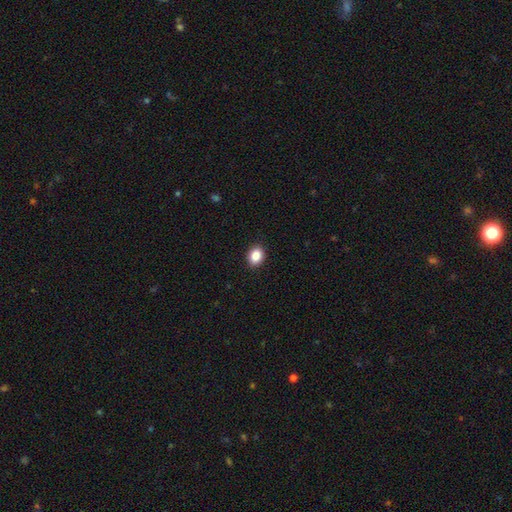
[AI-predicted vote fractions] Morphology: type=smooth (87%); roundness=in between (60%); merging=none (91%).